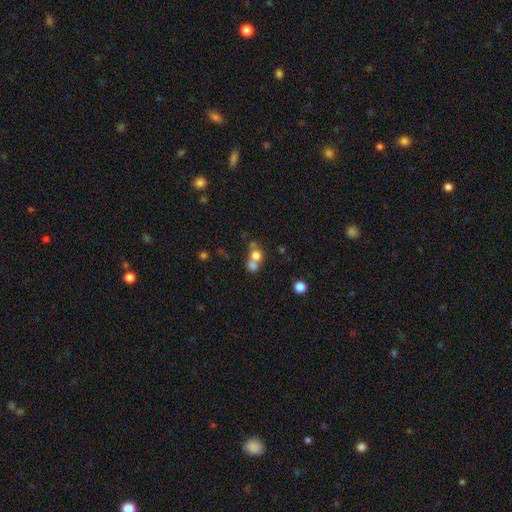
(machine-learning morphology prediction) Q: Smooth or featured?
A: smooth (70%); runner-up: featured or disk (18%)
Q: How rounded?
A: round (75%); runner-up: in between (24%)
Q: Merging?
A: merger (60%); runner-up: none (28%)